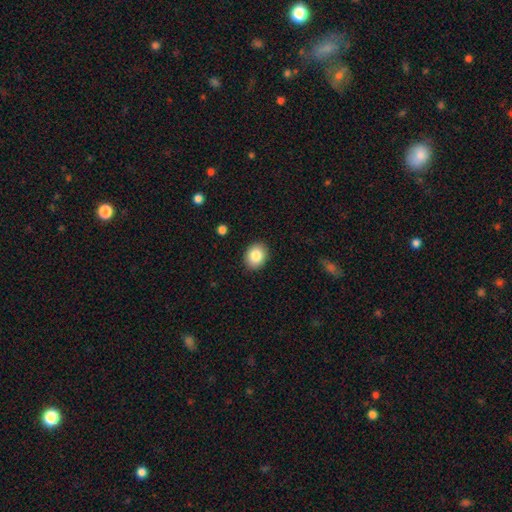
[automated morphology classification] Overall: smooth (85%). How rounded: round (53%; in between 47%). Merging: none (90%).